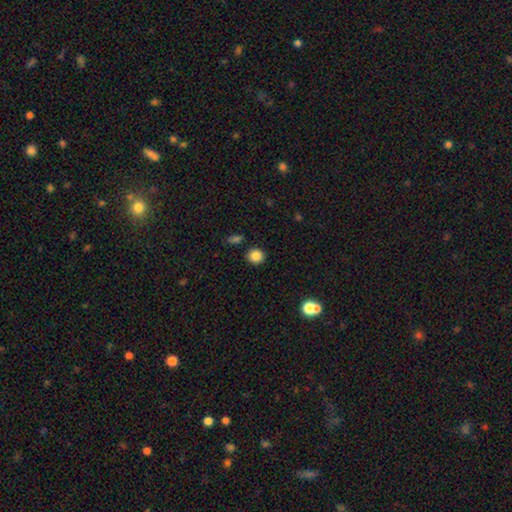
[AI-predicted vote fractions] smooth-or-featured: smooth: 85% | star or artifact: 10% | featured or disk: 5%
  how-rounded: round: 87% | in between: 12% | cigar-shaped: 1%
  merging: none: 89% | minor disturbance: 6% | merger: 3% | major disturbance: 2%